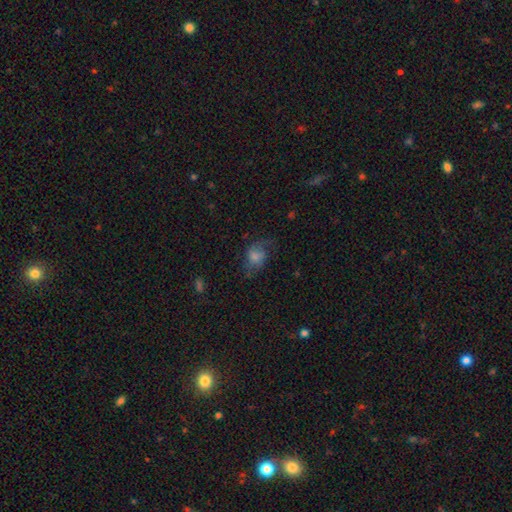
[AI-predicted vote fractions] Smooth or featured? smooth (54%)
How rounded? in between (59%)
Merging? none (52%)